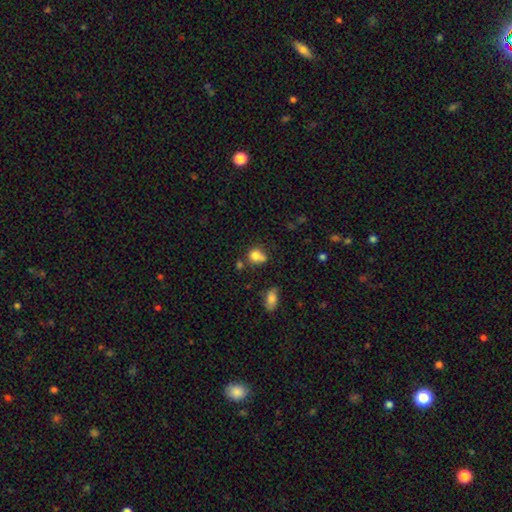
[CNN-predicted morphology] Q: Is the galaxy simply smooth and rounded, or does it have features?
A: smooth — 78%.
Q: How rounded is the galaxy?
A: round — 61%.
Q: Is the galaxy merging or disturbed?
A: none — 41%.